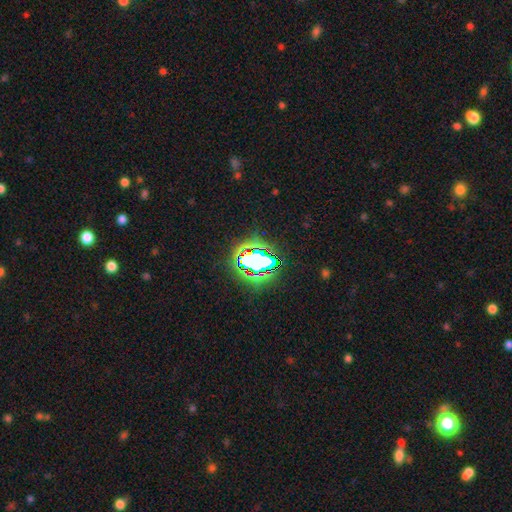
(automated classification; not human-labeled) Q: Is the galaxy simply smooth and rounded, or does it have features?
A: star or artifact — 79%.